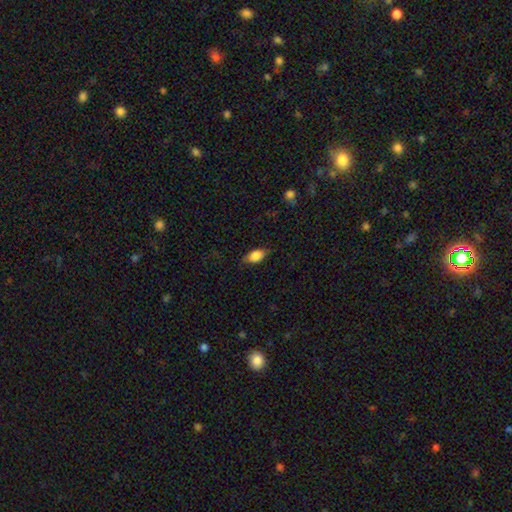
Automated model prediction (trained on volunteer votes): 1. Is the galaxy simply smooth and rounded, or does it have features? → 83% smooth, 10% featured or disk, 7% star or artifact.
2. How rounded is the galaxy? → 88% in between, 7% cigar-shaped, 6% round.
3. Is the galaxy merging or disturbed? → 80% none, 15% minor disturbance, 4% major disturbance, 1% merger.